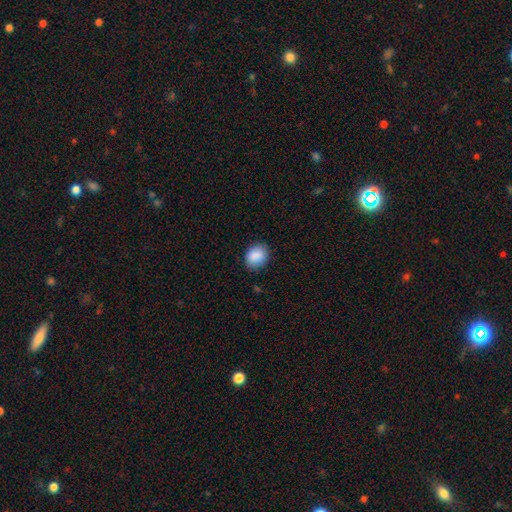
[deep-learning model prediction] This appears to be a smooth galaxy with no disk features (89%) that is round (52%). Merging: none (83%).